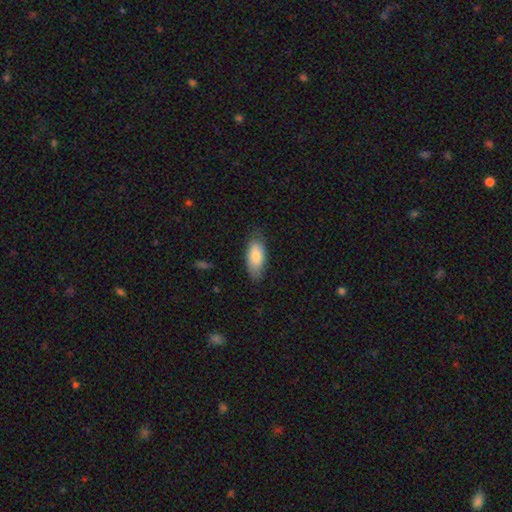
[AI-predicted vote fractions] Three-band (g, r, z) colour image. It shows a smooth galaxy with no disk features (80%) that is in between round and cigar-shaped (88%). Merging: none (74%).